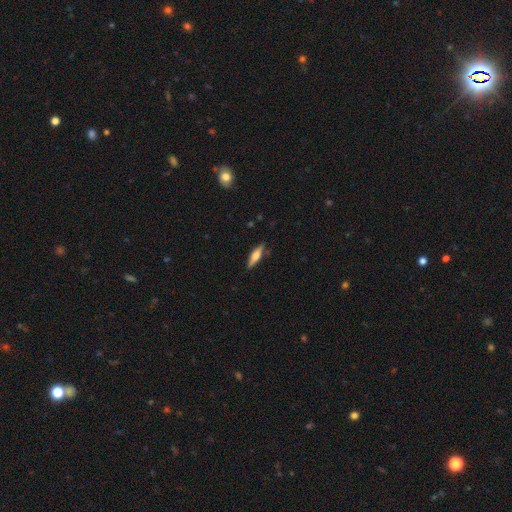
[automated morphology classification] The model was most divided on "smooth or featured": smooth: 52%, featured or disk: 42%, star or artifact: 6%. More confident: merging — none (85%); how rounded — cigar-shaped (66%).